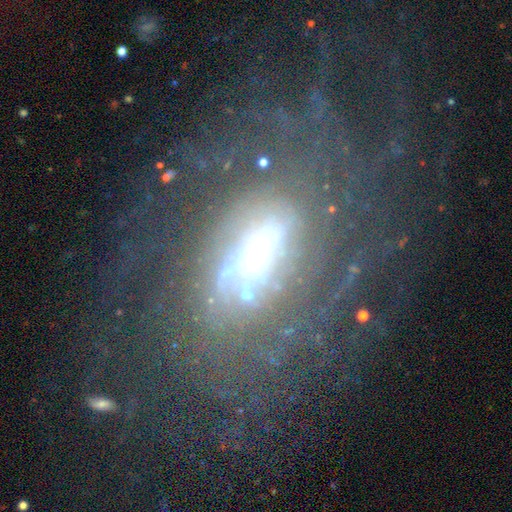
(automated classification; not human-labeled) A featured or disk galaxy (77%) with no bar (42%), tight (45%) spiral arms (74%) and a moderate central bulge (41%). Merging: none (55%).